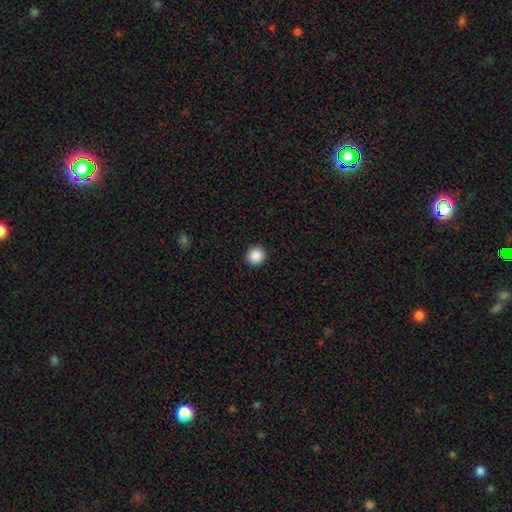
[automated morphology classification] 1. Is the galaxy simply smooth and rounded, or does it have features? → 88% smooth, 9% star or artifact, 3% featured or disk.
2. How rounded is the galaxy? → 94% round, 5% in between, 1% cigar-shaped.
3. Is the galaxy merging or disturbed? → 93% none, 4% minor disturbance, 2% major disturbance, 1% merger.